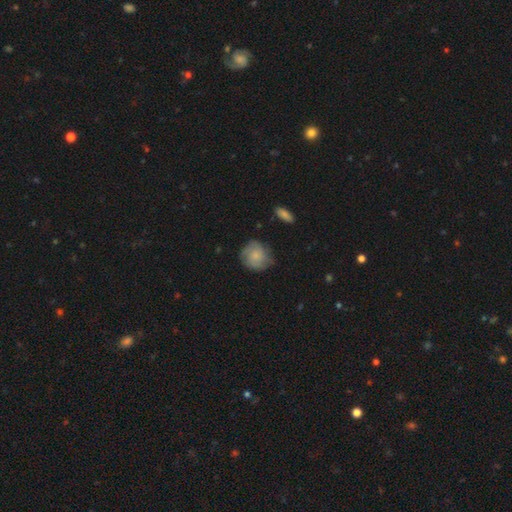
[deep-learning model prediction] Q: Smooth or featured?
A: smooth (58%); runner-up: featured or disk (35%)
Q: How rounded?
A: round (83%); runner-up: in between (16%)
Q: Merging?
A: none (69%); runner-up: minor disturbance (23%)